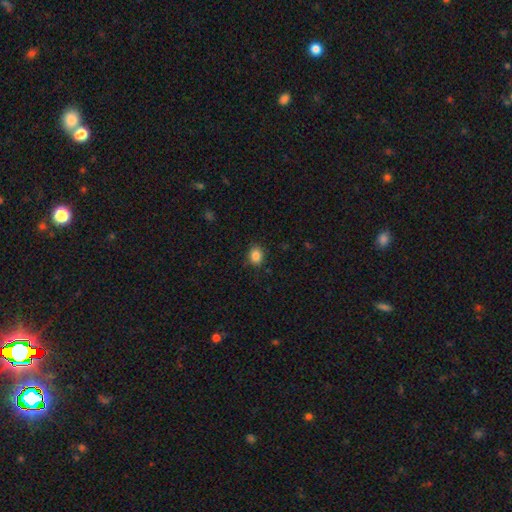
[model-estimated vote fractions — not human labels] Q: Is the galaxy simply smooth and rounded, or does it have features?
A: smooth — 86%.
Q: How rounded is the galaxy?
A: round — 56%.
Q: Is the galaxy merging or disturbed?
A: none — 86%.